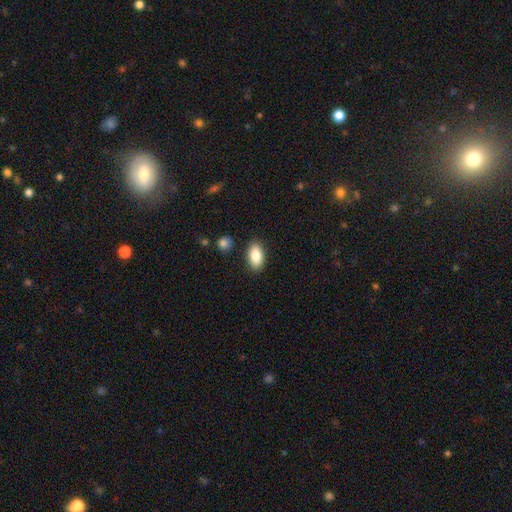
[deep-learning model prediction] A smooth galaxy with no disk features (86%) that is in between round and cigar-shaped (92%).

Vote fractions:
- Smooth or featured? smooth: 86% / star or artifact: 7% / featured or disk: 7%
- How rounded? in between: 92% / round: 4% / cigar-shaped: 4%
- Merging? none: 86% / minor disturbance: 10% / major disturbance: 2% / merger: 2%